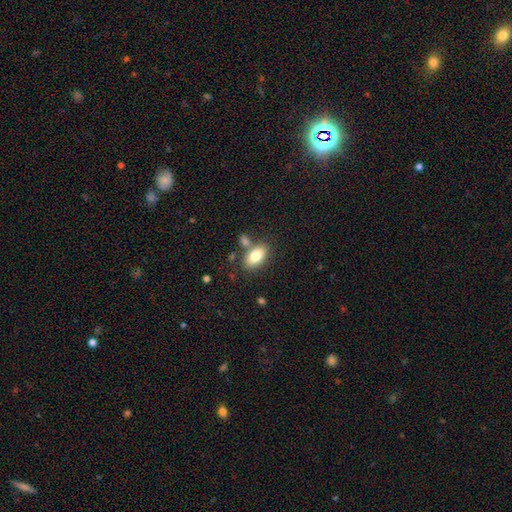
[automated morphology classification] Smooth or featured: smooth — 79% (featured or disk — 14%)
How rounded: in between — 91% (round — 5%)
Merging: none — 69% (merger — 15%)